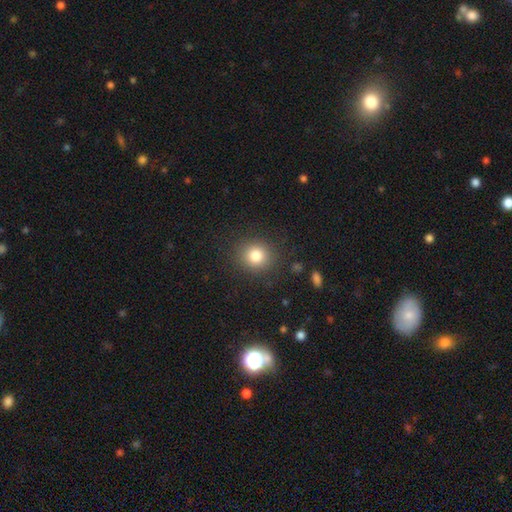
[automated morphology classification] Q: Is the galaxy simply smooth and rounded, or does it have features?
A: smooth — 81%.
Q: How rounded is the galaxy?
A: round — 86%.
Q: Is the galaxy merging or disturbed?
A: none — 89%.